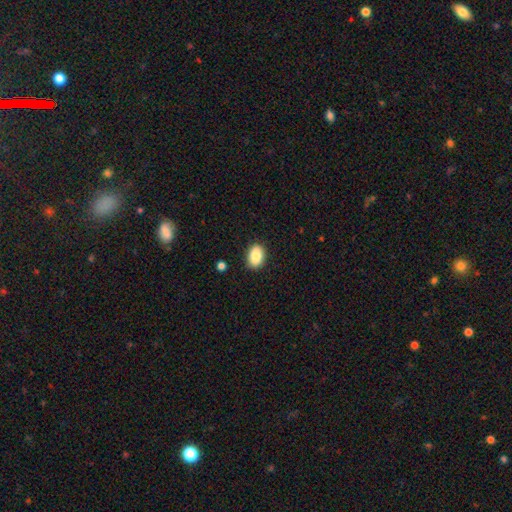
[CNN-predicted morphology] type=smooth (89%); roundness=in between (86%); merging=none (87%).